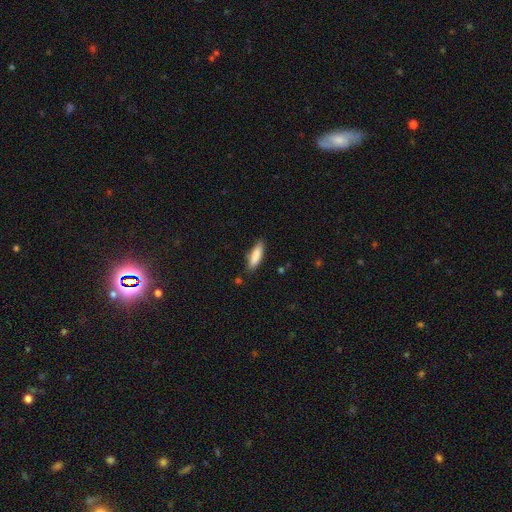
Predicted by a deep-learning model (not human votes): Overall: smooth (85%). How rounded: cigar-shaped (60%; in between 39%). Merging: none (84%).